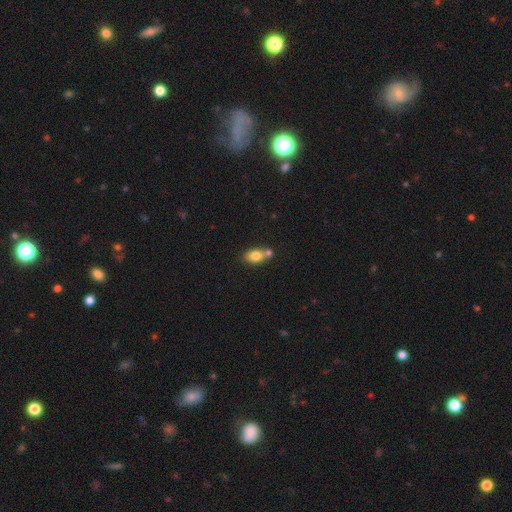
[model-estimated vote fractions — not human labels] This is likely a smooth galaxy (80%). How rounded: likely in between (76%). Merging: possibly none (48%).